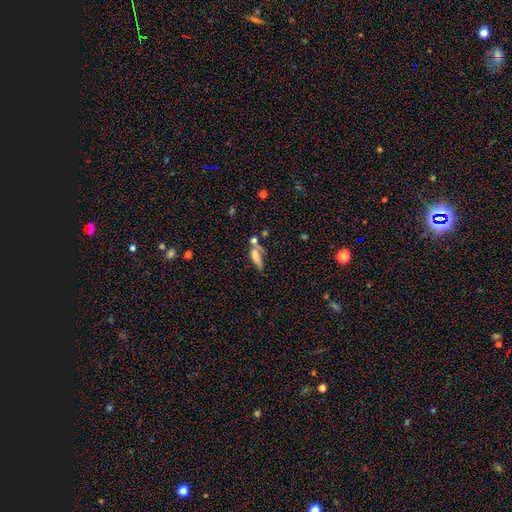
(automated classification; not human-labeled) smooth 60%, featured or disk 28%, star or artifact 12%. Down the decision tree: how rounded — in between (56%); merging — merger (34%).